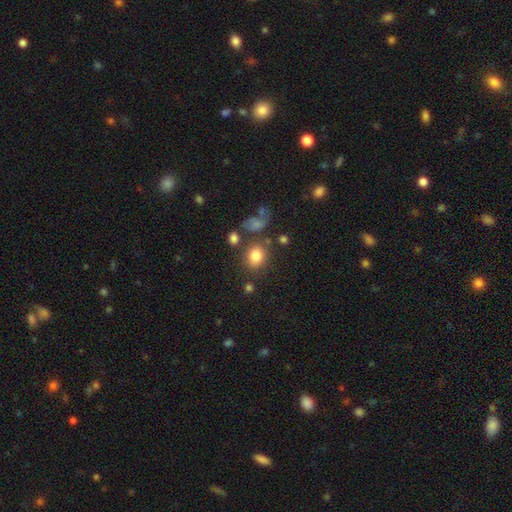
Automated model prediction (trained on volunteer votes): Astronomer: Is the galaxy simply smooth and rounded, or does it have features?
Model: smooth — 81%.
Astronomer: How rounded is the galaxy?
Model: round — 67%.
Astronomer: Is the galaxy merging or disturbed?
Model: none — 71%.